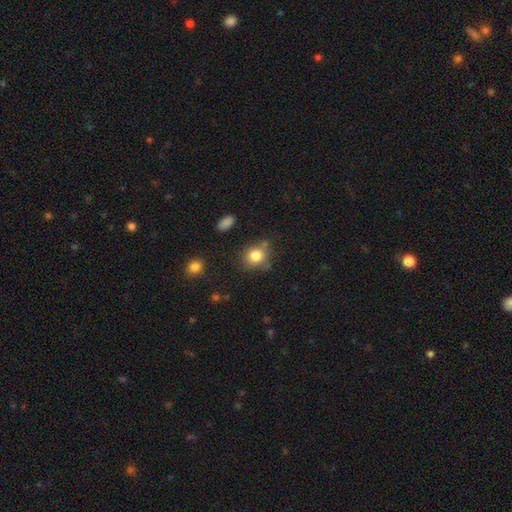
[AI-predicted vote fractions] A smooth galaxy with no disk features (81%) that is round (72%). Merging: none (71%).